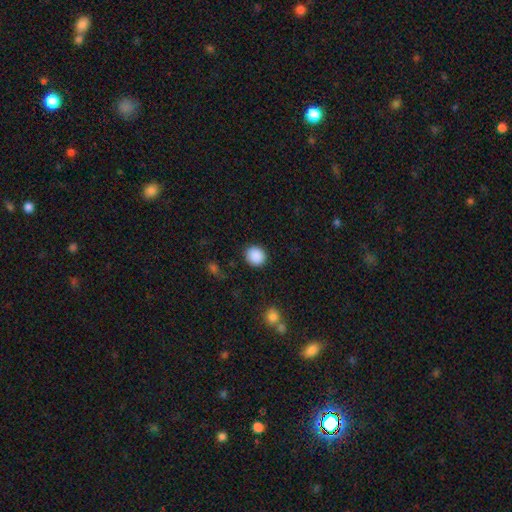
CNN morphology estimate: This is clearly a smooth galaxy (90%). How rounded: clearly round (88%). Merging: clearly none (90%).